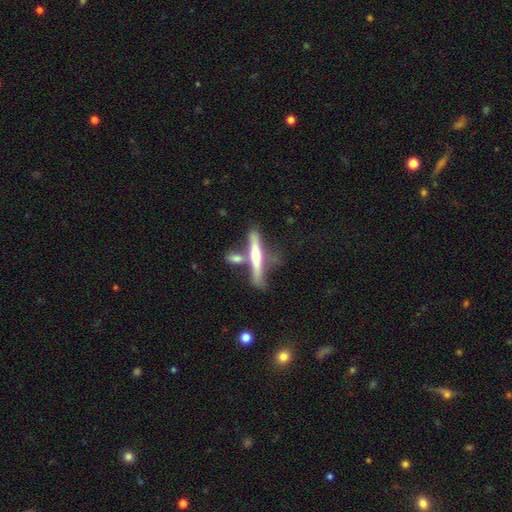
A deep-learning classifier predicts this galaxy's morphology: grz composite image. It shows a featured or disk galaxy (50%) viewed edge-on (90%). Merging: none (49%).